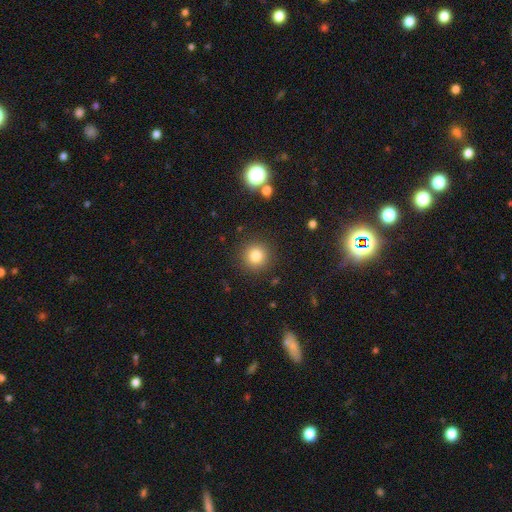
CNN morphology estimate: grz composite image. It shows a smooth galaxy with no disk features (82%) that is round (94%). Merging: none (90%).